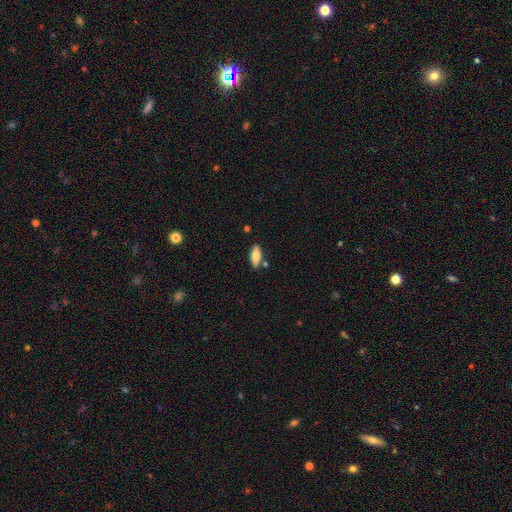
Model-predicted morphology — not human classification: Smooth or featured? smooth (72%)
How rounded? in between (74%)
Merging? none (82%)